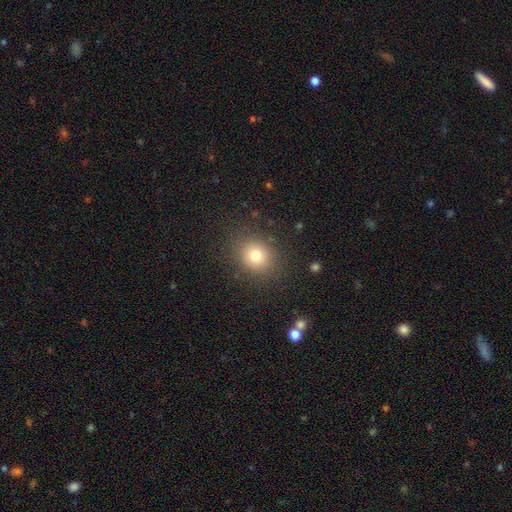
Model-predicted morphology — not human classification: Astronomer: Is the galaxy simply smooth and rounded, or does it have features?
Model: smooth — 77%.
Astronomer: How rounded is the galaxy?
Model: round — 73%.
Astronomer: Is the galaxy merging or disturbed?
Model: none — 86%.